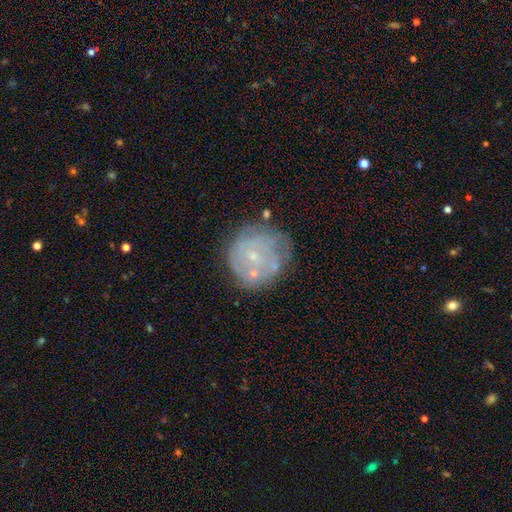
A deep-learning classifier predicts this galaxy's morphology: Smooth or featured? featured or disk (57%)
Edge-on disk? no (97%)
Bar? no (76%)
Spiral arms? yes (63%)
Bulge size? small (79%)
Merging? none (72%)